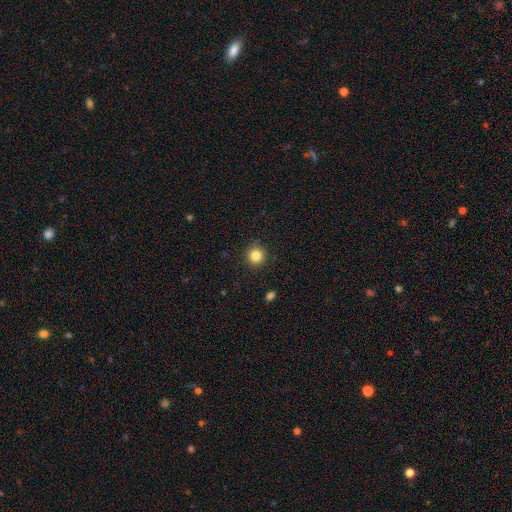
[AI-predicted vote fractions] Smooth or featured: smooth — 84% (star or artifact — 11%)
How rounded: round — 93% (in between — 6%)
Merging: none — 91% (minor disturbance — 6%)